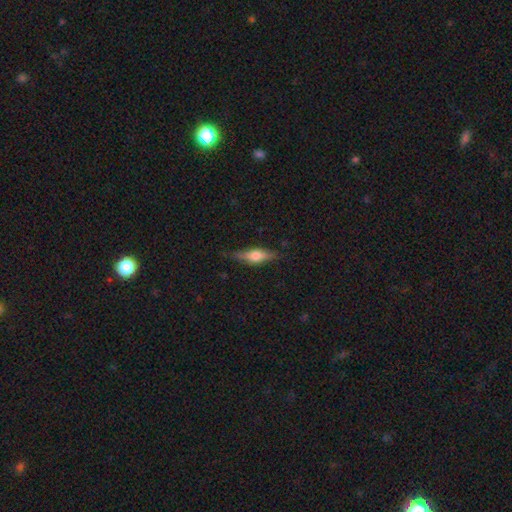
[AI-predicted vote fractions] A featured or disk galaxy (52%) viewed edge-on (93%). Merging: none (80%).